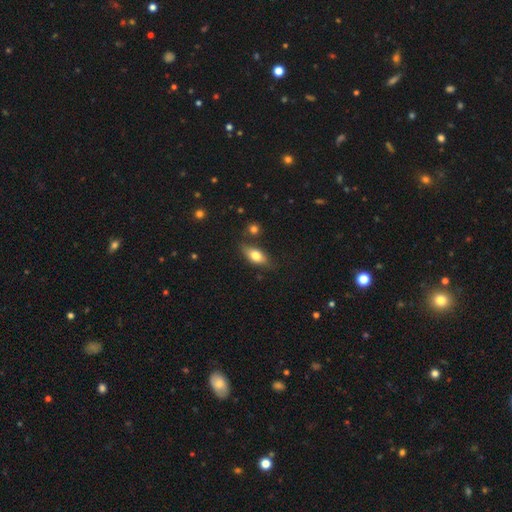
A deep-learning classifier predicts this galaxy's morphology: smooth-or-featured: smooth: 74% | featured or disk: 19% | star or artifact: 7%
  how-rounded: in between: 83% | cigar-shaped: 11% | round: 6%
  merging: none: 70% | minor disturbance: 18% | merger: 7% | major disturbance: 5%